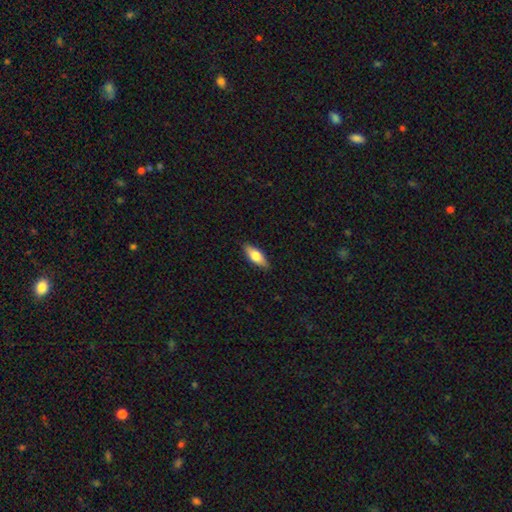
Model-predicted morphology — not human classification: smooth 69%, featured or disk 25%, star or artifact 6%. Down the decision tree: how rounded — in between (74%); merging — none (88%).